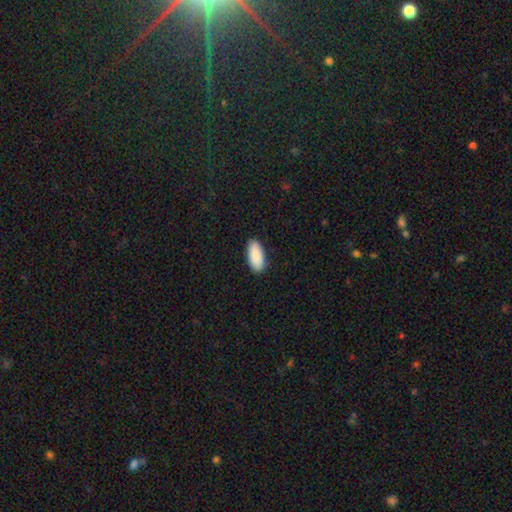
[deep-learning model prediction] This is clearly a smooth galaxy (90%). How rounded: clearly in between (89%). Merging: clearly none (90%).